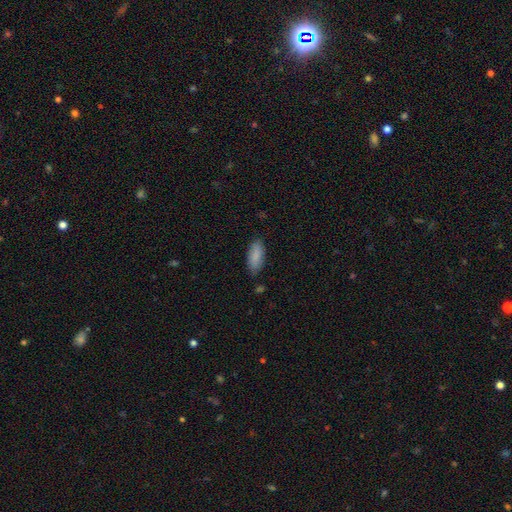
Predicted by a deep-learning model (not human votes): Smooth or featured? Predicted: smooth (p=0.87). How rounded? Predicted: in between (p=0.79). Merging? Predicted: none (p=0.81).